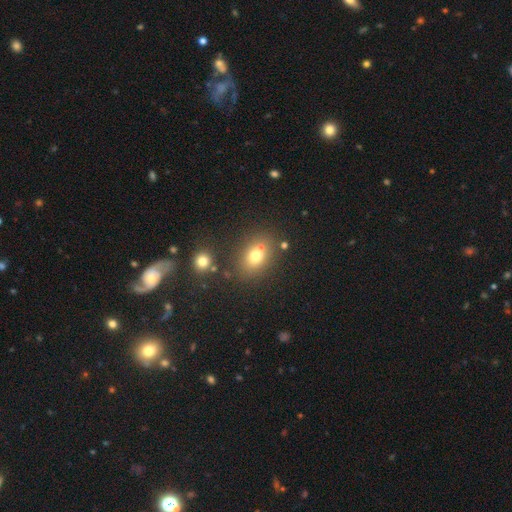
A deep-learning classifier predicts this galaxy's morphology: smooth_or_featured: smooth (p=0.72) [alt: star or artifact p=0.14]
how_rounded: in between (p=0.62) [alt: round p=0.36]
merging: none (p=0.68) [alt: merger p=0.14]